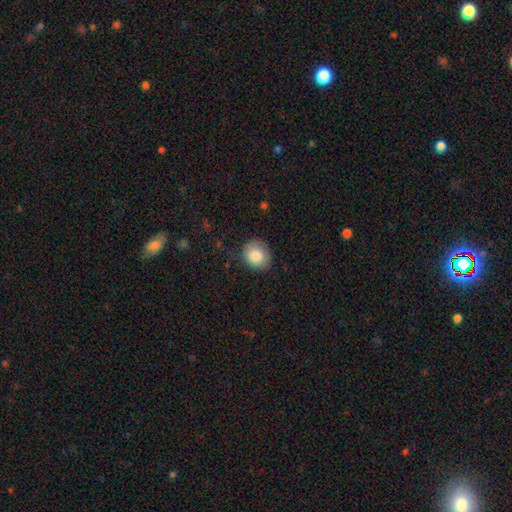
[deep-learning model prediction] smooth 85%, featured or disk 8%, star or artifact 7%. Down the decision tree: how rounded — round (73%); merging — none (76%).